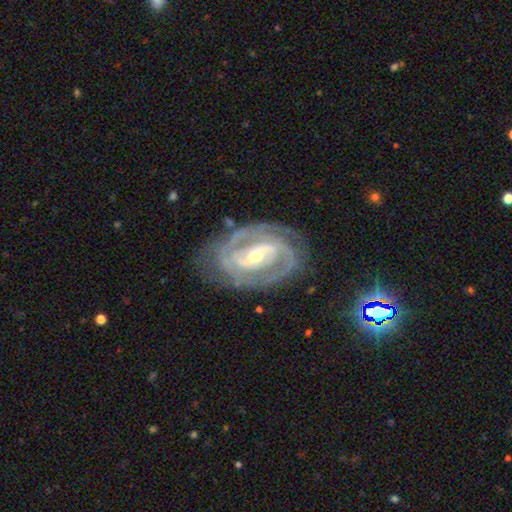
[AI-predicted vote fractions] Smooth or featured?
  - featured or disk: 90% *
  - star or artifact: 5%
  - smooth: 5%
Edge-on disk?
  - no: 96% *
  - yes: 4%
Bar?
  - strong: 50% *
  - weak: 33%
  - no: 16%
Spiral arms?
  - yes: 97% *
  - no: 3%
Spiral winding?
  - tight: 62% *
  - medium: 33%
  - loose: 5%
Spiral arm count?
  - 2: 69% *
  - 3: 13%
  - can't tell: 9%
  - 4: 3%
  - 1: 3%
  - more than 4: 2%
Bulge size?
  - small: 54% *
  - moderate: 42%
  - large: 2%
  - none: 1%
  - dominant: 1%
Merging?
  - none: 78% *
  - minor disturbance: 15%
  - major disturbance: 6%
  - merger: 1%